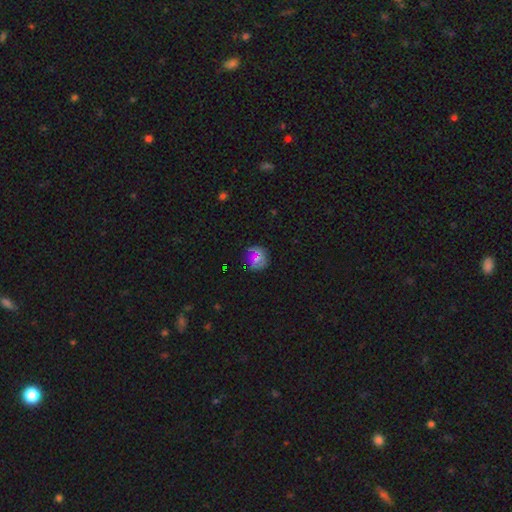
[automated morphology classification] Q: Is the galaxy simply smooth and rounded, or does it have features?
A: smooth — 44%.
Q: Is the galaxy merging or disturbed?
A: none — 78%.